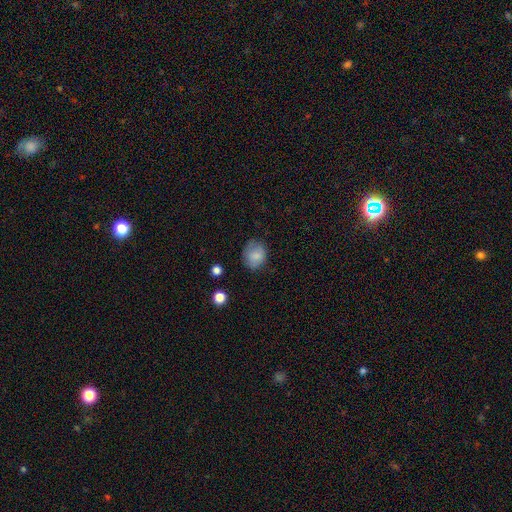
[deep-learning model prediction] A smooth galaxy with no disk features (83%) that is round (61%). Merging: none (73%).